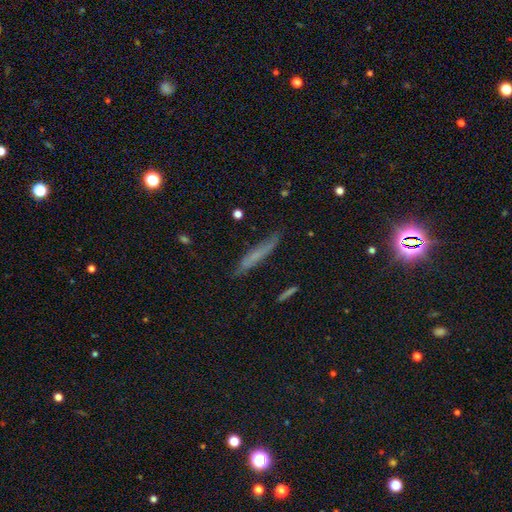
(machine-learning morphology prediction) Smooth or featured? smooth (55%)
How rounded? cigar-shaped (91%)
Merging? none (75%)